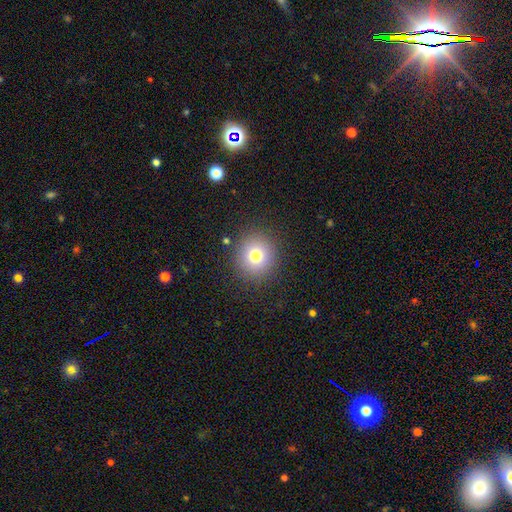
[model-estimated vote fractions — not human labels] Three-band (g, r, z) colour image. It shows a smooth galaxy with no disk features (77%) that is round (91%). Merging: none (88%).